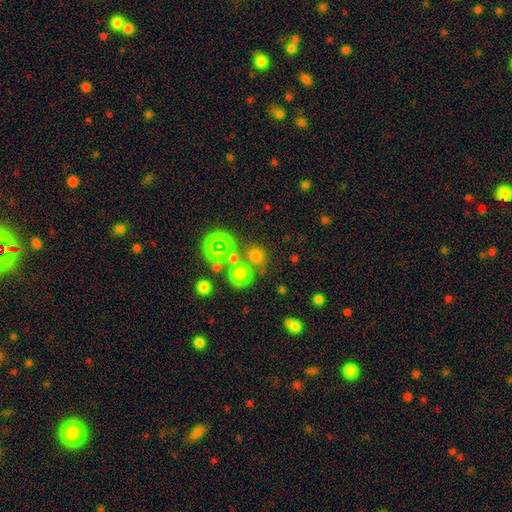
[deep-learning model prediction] A smooth galaxy with no disk features (67%) that is round (85%). Merging: none (66%).